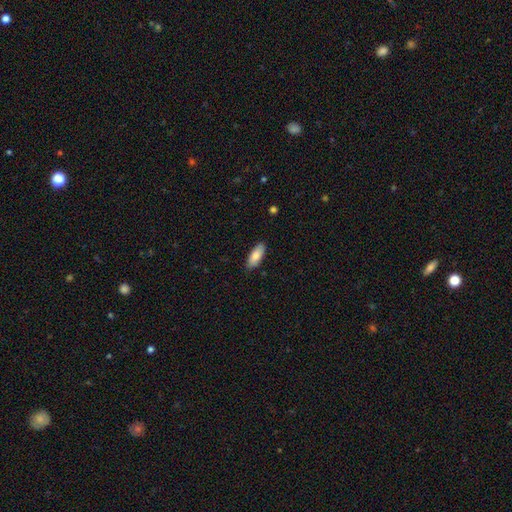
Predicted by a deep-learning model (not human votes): A smooth galaxy with no disk features (81%) that is in between round and cigar-shaped (77%).

Vote fractions:
- Smooth or featured? smooth: 81% / featured or disk: 14% / star or artifact: 6%
- How rounded? in between: 77% / cigar-shaped: 21% / round: 2%
- Merging? none: 88% / minor disturbance: 9% / major disturbance: 2% / merger: 1%